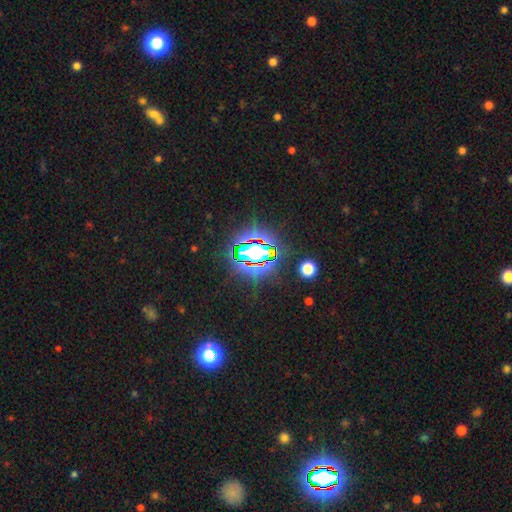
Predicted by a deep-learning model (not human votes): Smooth or featured: star or artifact — 80% (smooth — 12%)